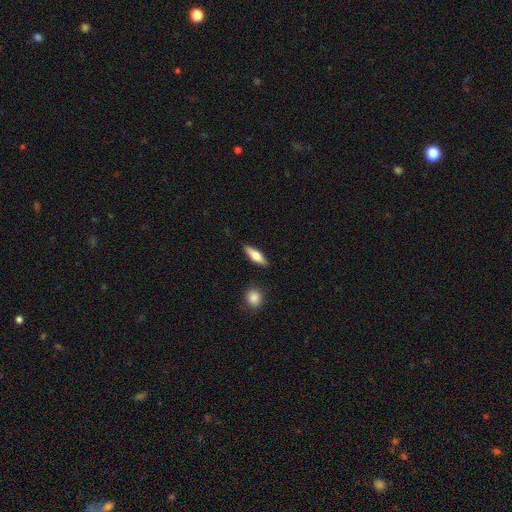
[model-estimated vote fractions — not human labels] smooth-or-featured: smooth: 57% | featured or disk: 37% | star or artifact: 6%
  how-rounded: in between: 48% (tied) | cigar-shaped: 48% (tied) | round: 3%
  merging: none: 87% | minor disturbance: 9% | merger: 2% | major disturbance: 2%